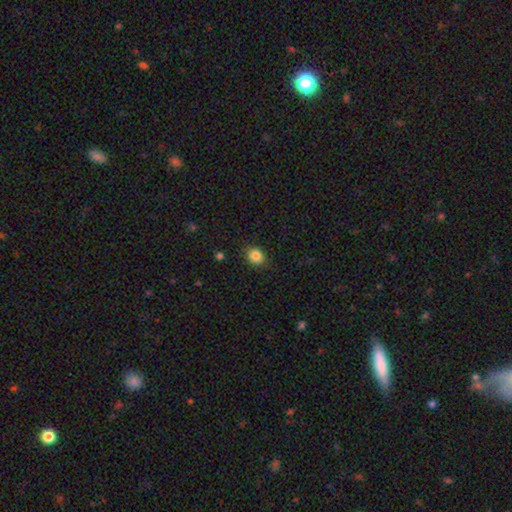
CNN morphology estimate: This is clearly a smooth galaxy (84%). How rounded: likely round (60%). Merging: clearly none (85%).